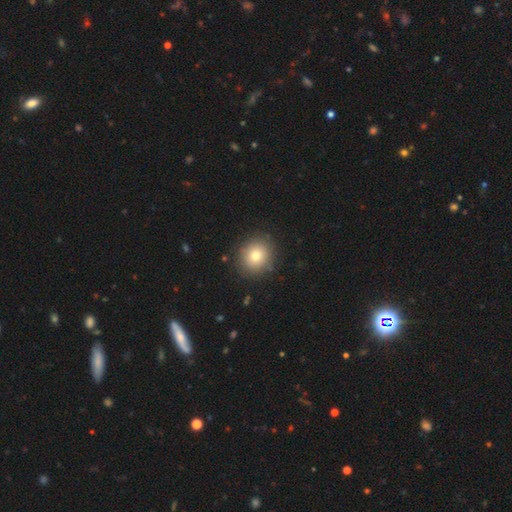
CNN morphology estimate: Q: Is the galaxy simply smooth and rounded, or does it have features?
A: smooth — 79%.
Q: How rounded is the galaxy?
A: round — 79%.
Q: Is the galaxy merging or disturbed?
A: none — 88%.